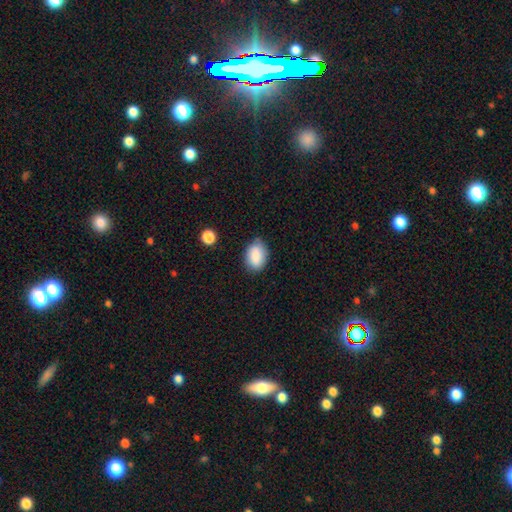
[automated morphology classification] Smooth or featured? smooth (88%)
How rounded? in between (84%)
Merging? none (75%)